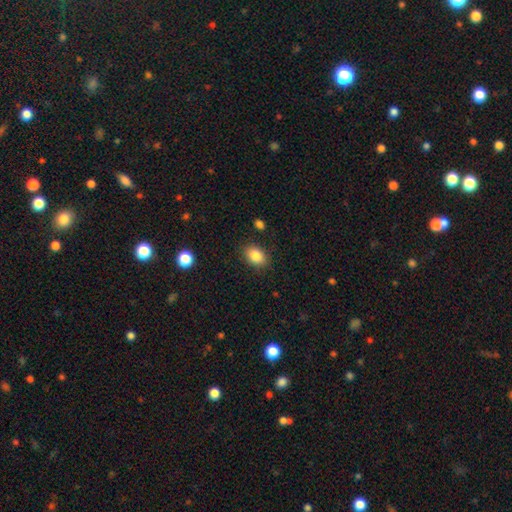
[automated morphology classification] Q: Smooth or featured?
A: smooth (85%); runner-up: star or artifact (9%)
Q: How rounded?
A: in between (77%); runner-up: round (22%)
Q: Merging?
A: none (86%); runner-up: minor disturbance (10%)